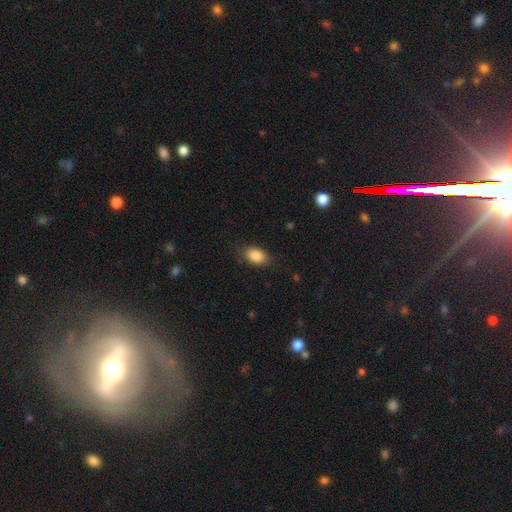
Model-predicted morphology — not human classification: Overall: smooth (87%). How rounded: in between (87%). Merging: none (83%).